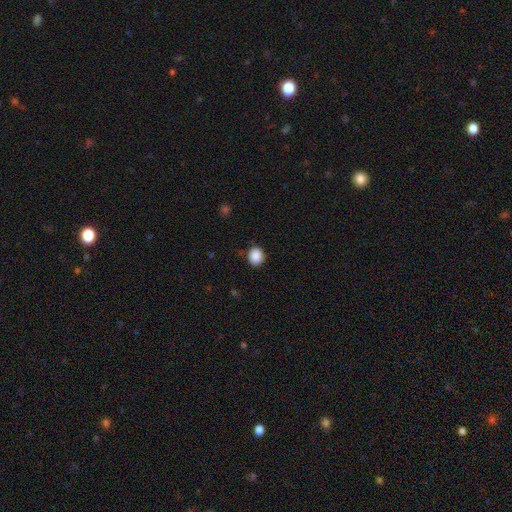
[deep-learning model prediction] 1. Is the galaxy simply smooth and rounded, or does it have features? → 89% smooth, 9% star or artifact, 3% featured or disk.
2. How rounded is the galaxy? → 72% round, 27% in between, 1% cigar-shaped.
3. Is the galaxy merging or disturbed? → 86% none, 10% minor disturbance, 2% major disturbance, 1% merger.